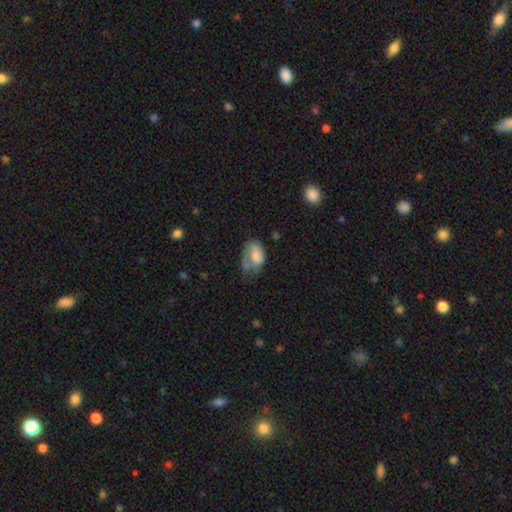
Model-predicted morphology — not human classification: A smooth galaxy with no disk features (67%) that is in between round and cigar-shaped (88%).

Vote fractions:
- Smooth or featured? smooth: 67% / featured or disk: 26% / star or artifact: 8%
- How rounded? in between: 88% / round: 11% / cigar-shaped: 1%
- Merging? major disturbance: 35% / minor disturbance: 33% / none: 27% / merger: 5%